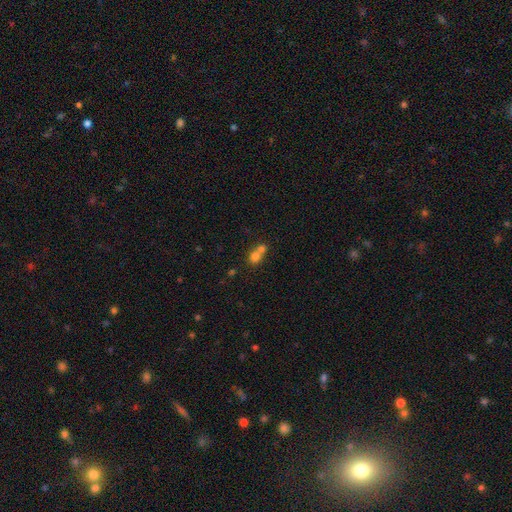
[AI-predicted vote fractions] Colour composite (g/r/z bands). It shows a smooth galaxy with no disk features (74%) that is round (76%). Merging: merger (63%).